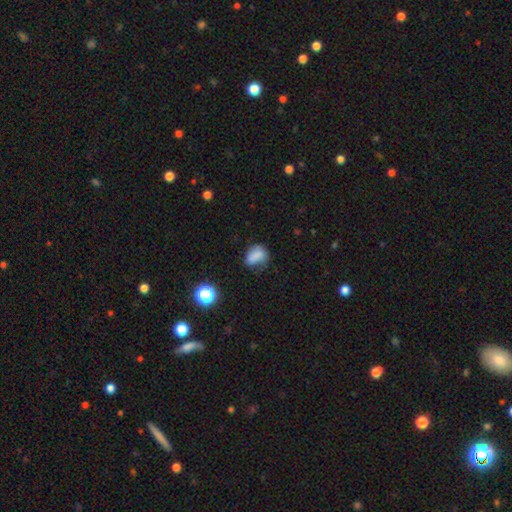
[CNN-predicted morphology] smooth 75%, featured or disk 13%, star or artifact 12%. Down the decision tree: how rounded — in between (67%); merging — none (43%).